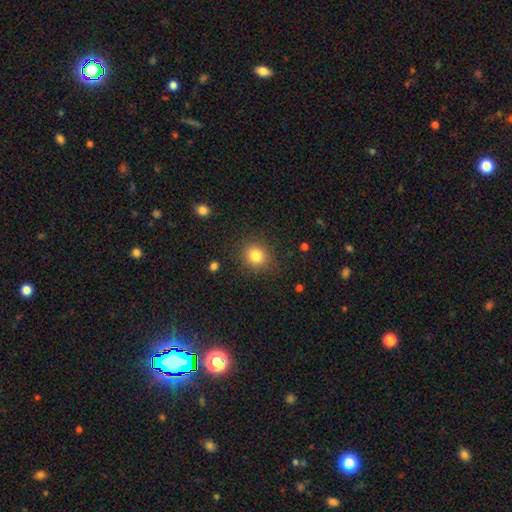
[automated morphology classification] type=smooth (83%); roundness=round (81%); merging=none (85%).